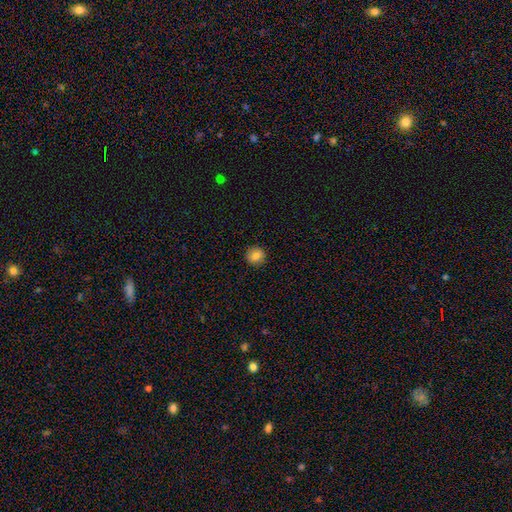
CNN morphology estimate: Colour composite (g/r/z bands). It shows a smooth galaxy with no disk features (82%) that is round (91%). Merging: none (90%).